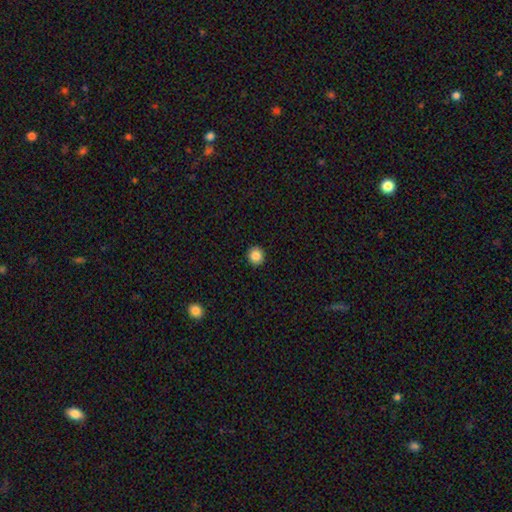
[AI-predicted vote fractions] Smooth or featured? smooth (86%)
How rounded? round (87%)
Merging? none (93%)